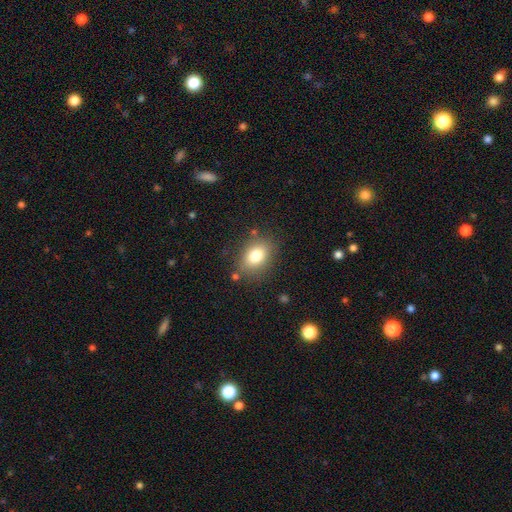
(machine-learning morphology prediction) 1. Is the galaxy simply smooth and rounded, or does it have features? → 80% smooth, 11% featured or disk, 10% star or artifact.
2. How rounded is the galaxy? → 73% in between, 26% round, 1% cigar-shaped.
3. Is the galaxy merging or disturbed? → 79% none, 13% minor disturbance, 4% major disturbance, 3% merger.